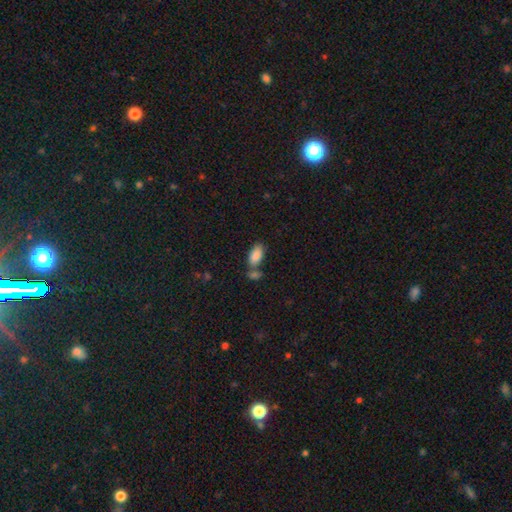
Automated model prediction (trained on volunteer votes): Morphology: type=smooth (87%); roundness=in between (91%); merging=none (50%).